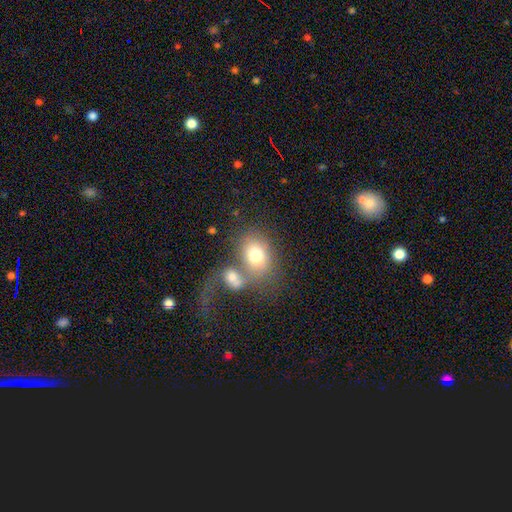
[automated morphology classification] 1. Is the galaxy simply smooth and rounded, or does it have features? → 71% smooth, 20% featured or disk, 9% star or artifact.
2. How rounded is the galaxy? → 61% in between, 38% round, 1% cigar-shaped.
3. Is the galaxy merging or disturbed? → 47% merger, 28% none, 14% major disturbance, 10% minor disturbance.